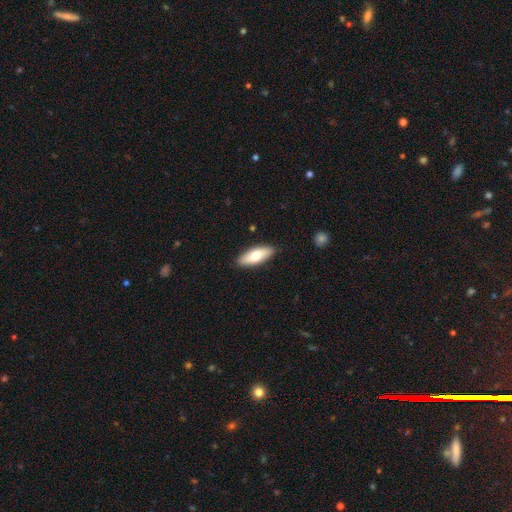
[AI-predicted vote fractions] Smooth or featured? smooth (74%)
How rounded? in between (70%)
Merging? none (88%)